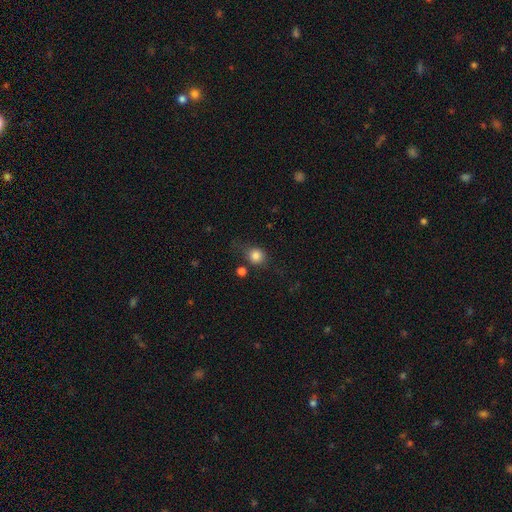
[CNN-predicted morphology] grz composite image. It shows a smooth galaxy with no disk features (81%) that is round (79%). Merging: none (66%).